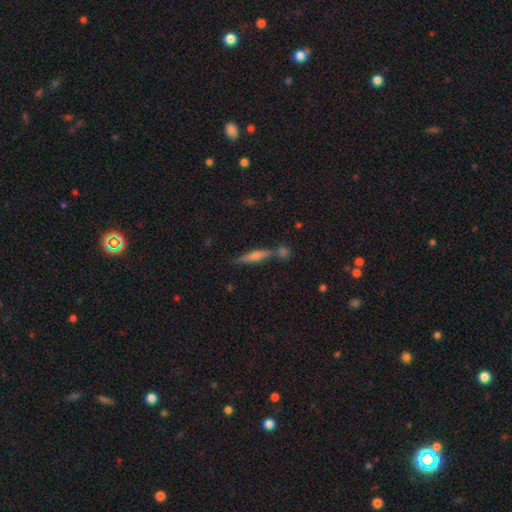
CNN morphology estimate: A featured or disk galaxy (61%) viewed edge-on (95%) with a rounded central bulge (78%). Merging: none (74%).